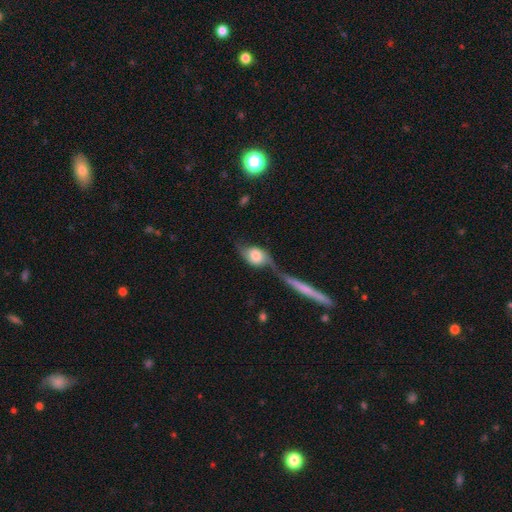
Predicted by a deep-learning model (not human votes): Overall: smooth (50%; featured or disk 43%). Merging: merger (43%; none 27%).